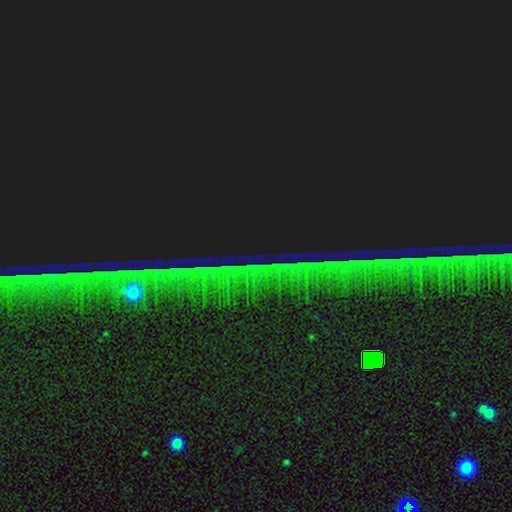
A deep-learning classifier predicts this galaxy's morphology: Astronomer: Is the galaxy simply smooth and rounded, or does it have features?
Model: star or artifact — 86%.